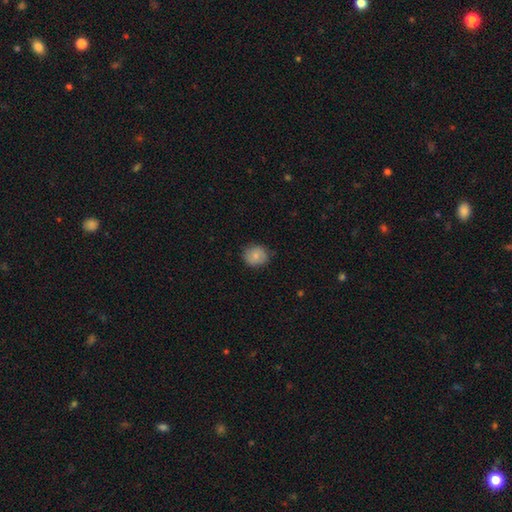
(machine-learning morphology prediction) Smooth or featured? Predicted: smooth (p=0.80). How rounded? Predicted: round (p=0.77). Merging? Predicted: none (p=0.81).